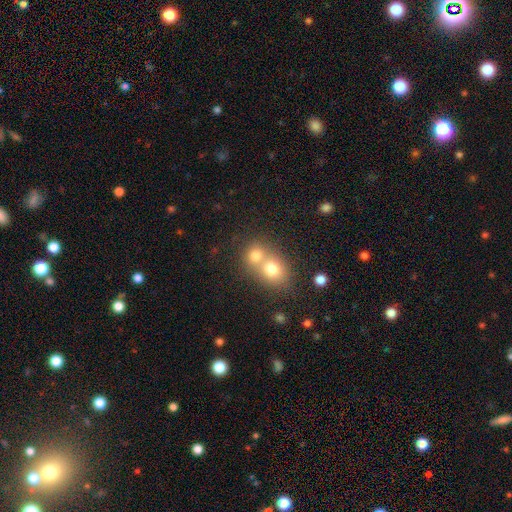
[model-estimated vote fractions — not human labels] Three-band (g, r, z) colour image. It shows a smooth galaxy with no disk features (75%) that is round (71%). Merging: merger (61%).